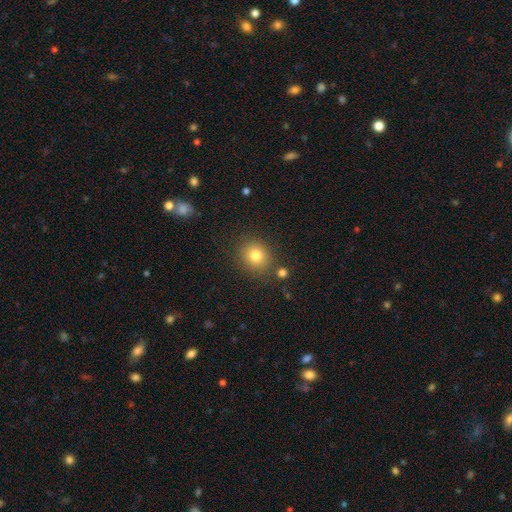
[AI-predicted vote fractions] Smooth or featured? smooth (80%)
How rounded? round (82%)
Merging? none (82%)